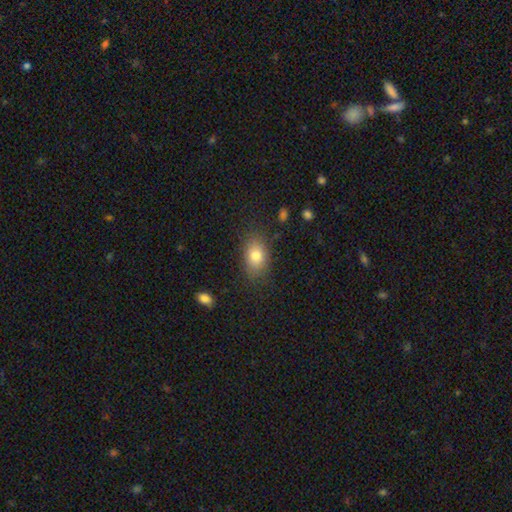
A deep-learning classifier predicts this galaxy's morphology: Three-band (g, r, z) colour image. It shows a smooth galaxy with no disk features (80%) that is in between round and cigar-shaped (79%). Merging: none (81%).